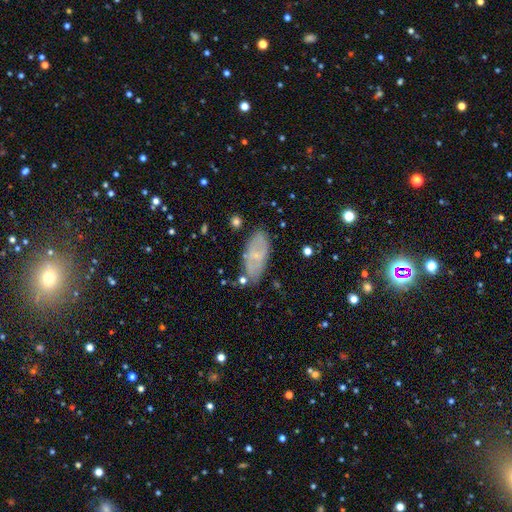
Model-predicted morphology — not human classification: This is possibly a smooth galaxy (47%). Merging: likely none (73%).